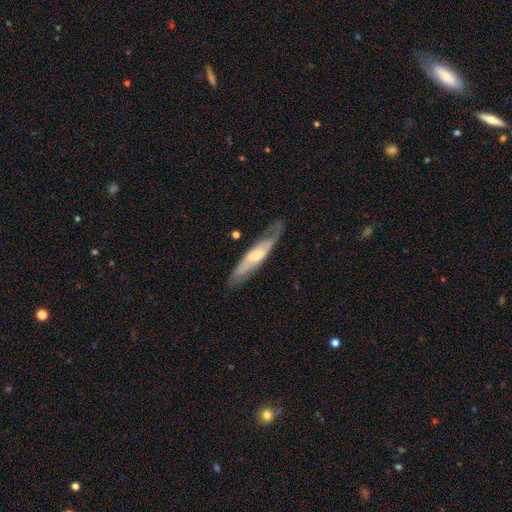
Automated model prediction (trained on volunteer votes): smooth_or_featured: featured or disk (p=0.52) [alt: smooth p=0.42]
disk_edge_on: yes (p=0.57) [alt: no p=0.43]
merging: none (p=0.71) [alt: minor disturbance p=0.20]